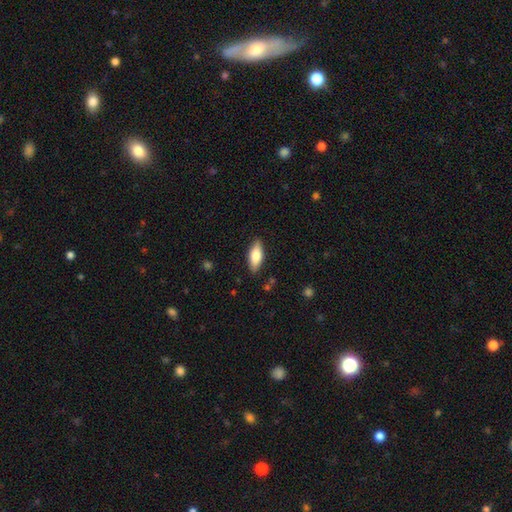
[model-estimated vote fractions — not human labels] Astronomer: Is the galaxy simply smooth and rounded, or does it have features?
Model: smooth — 75%.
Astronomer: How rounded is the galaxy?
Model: in between — 78%.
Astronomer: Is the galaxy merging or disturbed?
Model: none — 86%.